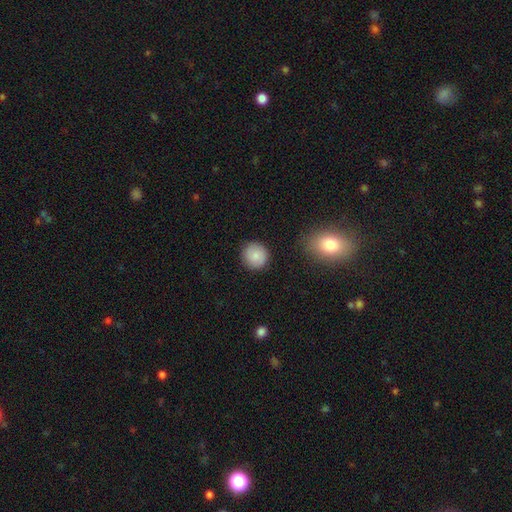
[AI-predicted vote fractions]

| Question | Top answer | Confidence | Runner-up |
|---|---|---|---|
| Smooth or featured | smooth | 84% | star or artifact (8%) |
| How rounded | round | 93% | in between (6%) |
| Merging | none | 89% | minor disturbance (7%) |